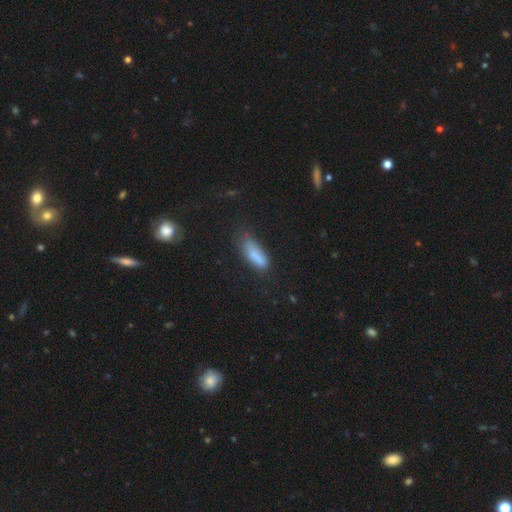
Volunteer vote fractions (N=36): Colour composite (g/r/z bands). It shows a smooth galaxy with no disk features (89%) that is in between round and cigar-shaped (69%). Merging: none (44%).